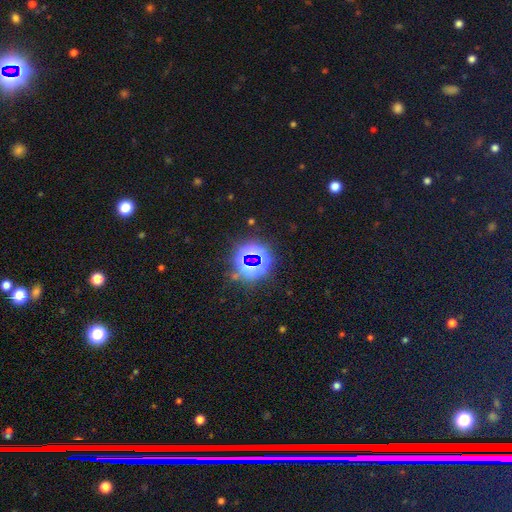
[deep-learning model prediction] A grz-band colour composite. It shows a star or artifact, not a galaxy (81%).